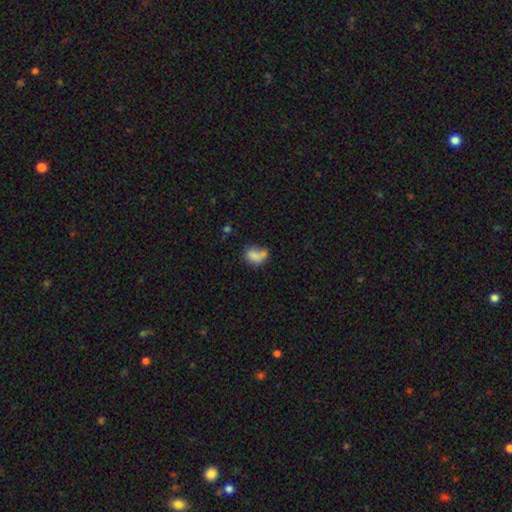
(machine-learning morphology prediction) type=smooth (73%); roundness=in between (69%); merging=merger (36%).